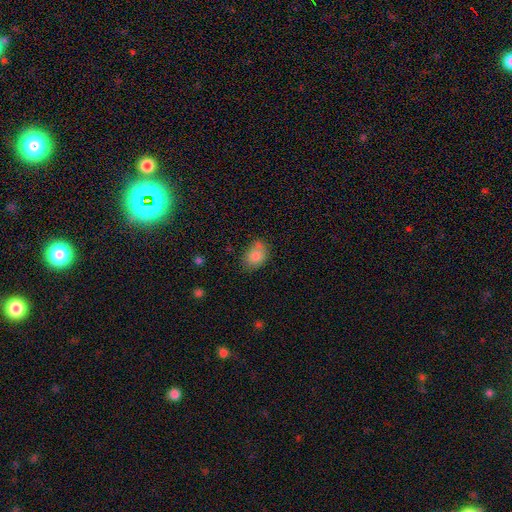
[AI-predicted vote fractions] Smooth or featured? Predicted: smooth (p=0.82). How rounded? Predicted: in between (p=0.71). Merging? Predicted: none (p=0.58).